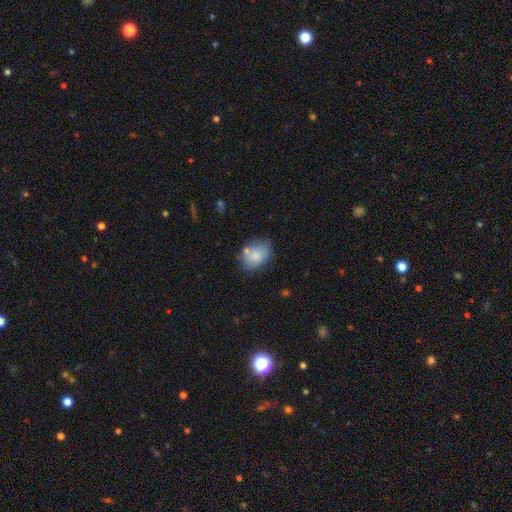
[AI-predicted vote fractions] smooth-or-featured: smooth: 79% | featured or disk: 13% | star or artifact: 8%
  how-rounded: in between: 76% | round: 23% | cigar-shaped: 1%
  merging: none: 61% | minor disturbance: 23% | merger: 10% | major disturbance: 6%